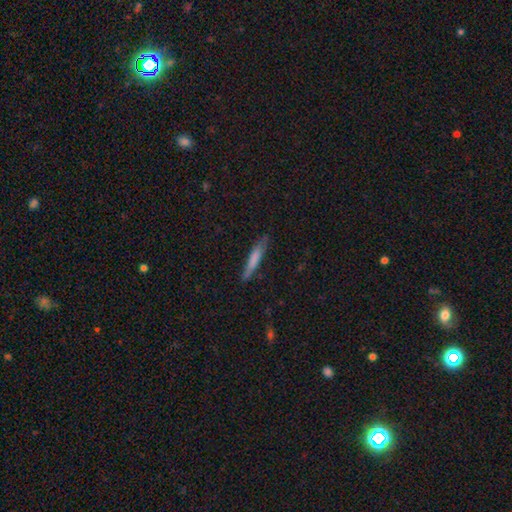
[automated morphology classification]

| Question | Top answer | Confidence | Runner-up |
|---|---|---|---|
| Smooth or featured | smooth | 63% | featured or disk (29%) |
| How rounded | cigar-shaped | 93% | in between (6%) |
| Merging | none | 82% | minor disturbance (14%) |